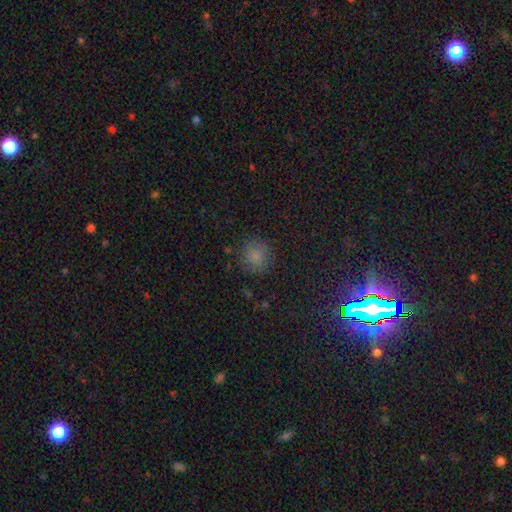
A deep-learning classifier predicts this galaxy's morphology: Smooth or featured: smooth — 79% (star or artifact — 15%)
How rounded: round — 90% (in between — 9%)
Merging: none — 83% (minor disturbance — 11%)